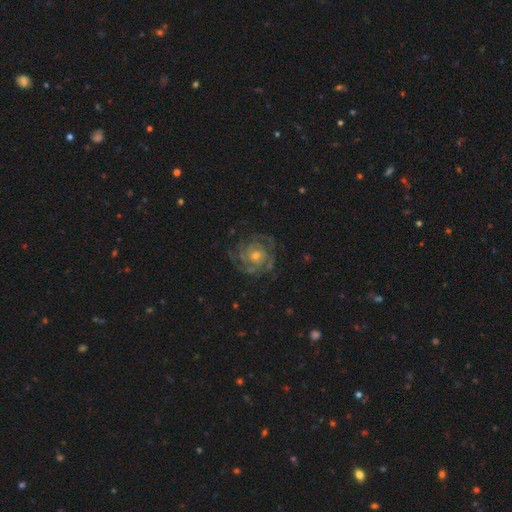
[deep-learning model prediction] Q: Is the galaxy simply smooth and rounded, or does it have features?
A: featured or disk — 84%.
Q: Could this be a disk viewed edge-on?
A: no — 98%.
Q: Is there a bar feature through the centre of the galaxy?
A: no — 76%.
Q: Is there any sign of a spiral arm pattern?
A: yes — 96%.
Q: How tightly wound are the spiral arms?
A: tight — 66%.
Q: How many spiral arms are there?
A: can't tell — 27%.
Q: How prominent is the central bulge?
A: small — 49%.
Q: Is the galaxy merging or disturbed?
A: none — 76%.